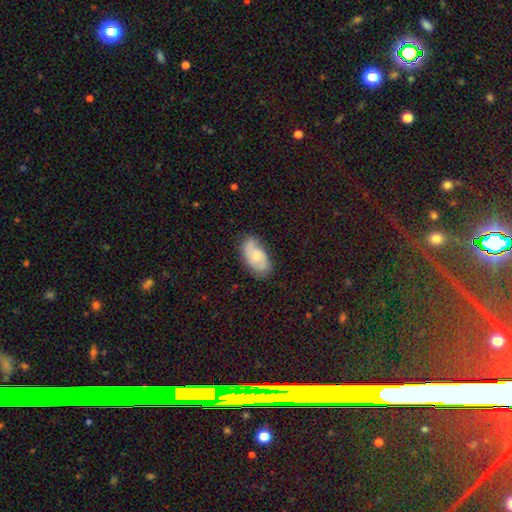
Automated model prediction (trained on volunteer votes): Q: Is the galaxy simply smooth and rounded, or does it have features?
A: featured or disk — 55%.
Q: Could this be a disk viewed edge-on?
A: no — 95%.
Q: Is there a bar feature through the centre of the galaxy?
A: no — 66%.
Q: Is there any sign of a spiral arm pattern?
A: yes — 89%.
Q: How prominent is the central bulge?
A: small — 50%.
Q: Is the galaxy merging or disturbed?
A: none — 72%.